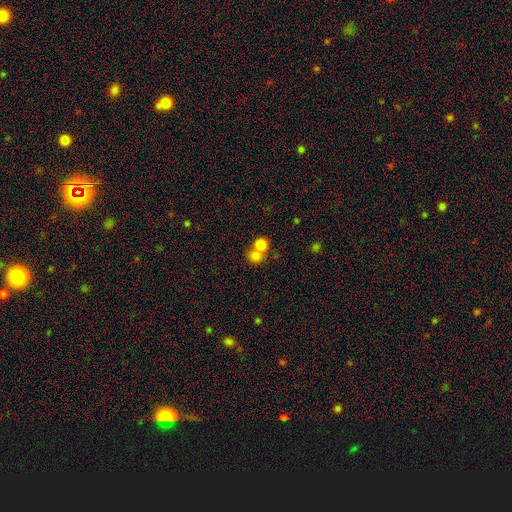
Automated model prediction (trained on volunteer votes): This is likely a smooth galaxy (79%). How rounded: clearly round (84%). Merging: possibly merger (56%).